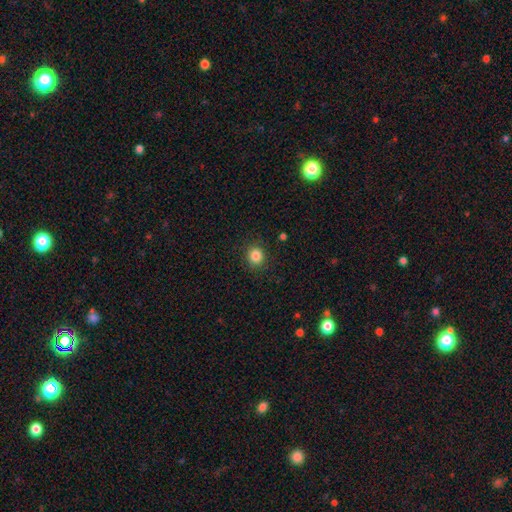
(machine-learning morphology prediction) Smooth or featured? Predicted: smooth (p=0.85). How rounded? Predicted: round (p=0.86). Merging? Predicted: none (p=0.90).